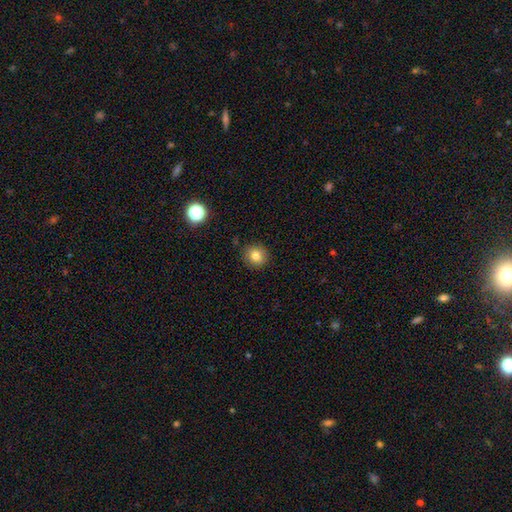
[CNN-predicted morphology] Smooth or featured?
  - smooth: 80% *
  - star or artifact: 12%
  - featured or disk: 8%
How rounded?
  - round: 89% *
  - in between: 10%
  - cigar-shaped: 1%
Merging?
  - none: 90% *
  - minor disturbance: 7%
  - major disturbance: 2%
  - merger: 1%